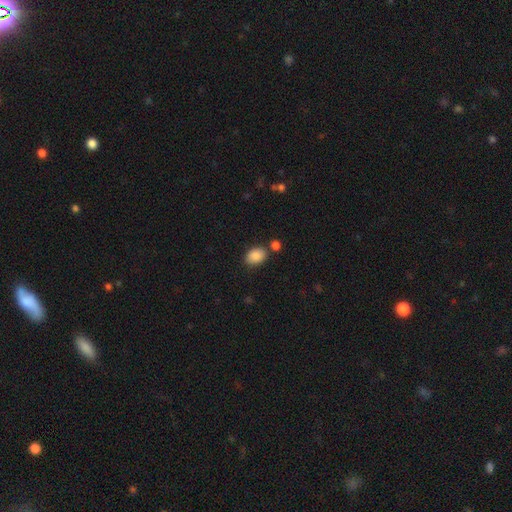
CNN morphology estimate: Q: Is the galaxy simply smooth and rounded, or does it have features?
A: smooth — 88%.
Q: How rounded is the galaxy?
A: in between — 80%.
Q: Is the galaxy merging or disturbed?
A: none — 75%.